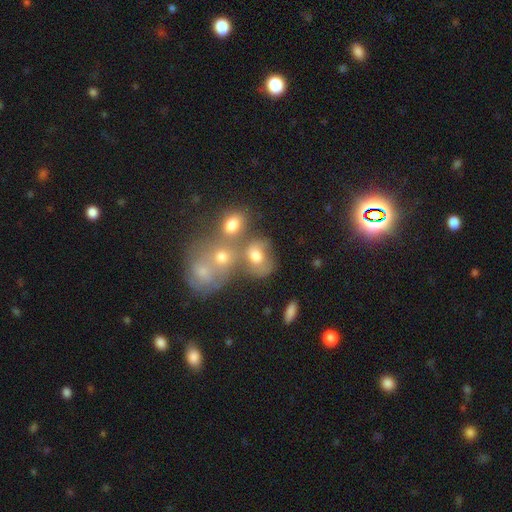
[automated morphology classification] Q: Smooth or featured?
A: smooth (61%); runner-up: featured or disk (25%)
Q: How rounded?
A: in between (54%); runner-up: round (45%)
Q: Merging?
A: merger (47%); runner-up: none (29%)